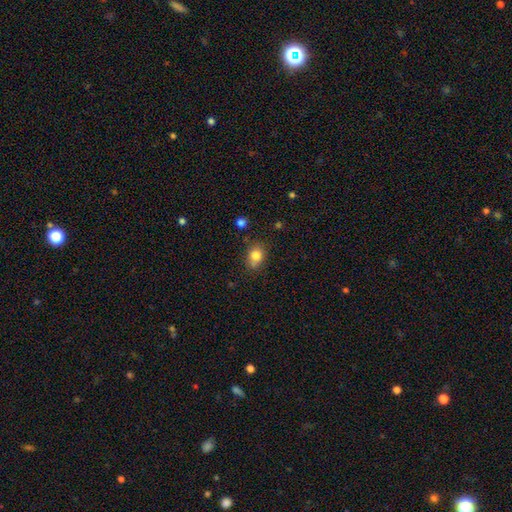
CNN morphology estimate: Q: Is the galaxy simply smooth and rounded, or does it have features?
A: smooth — 81%.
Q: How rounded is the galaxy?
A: in between — 52%.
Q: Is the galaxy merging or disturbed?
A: none — 71%.